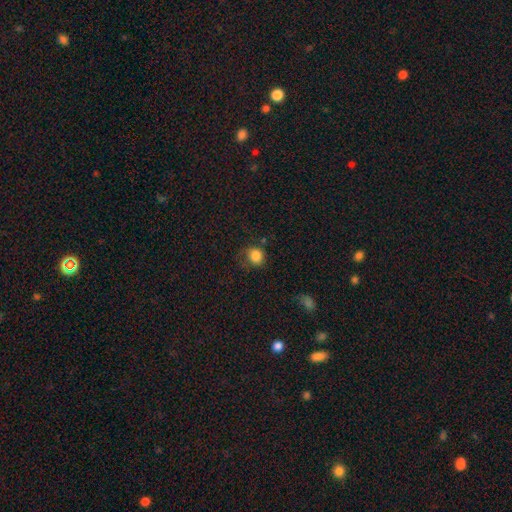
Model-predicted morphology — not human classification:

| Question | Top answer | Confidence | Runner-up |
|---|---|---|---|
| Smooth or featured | smooth | 84% | star or artifact (10%) |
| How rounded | round | 77% | in between (22%) |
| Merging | none | 63% | minor disturbance (23%) |